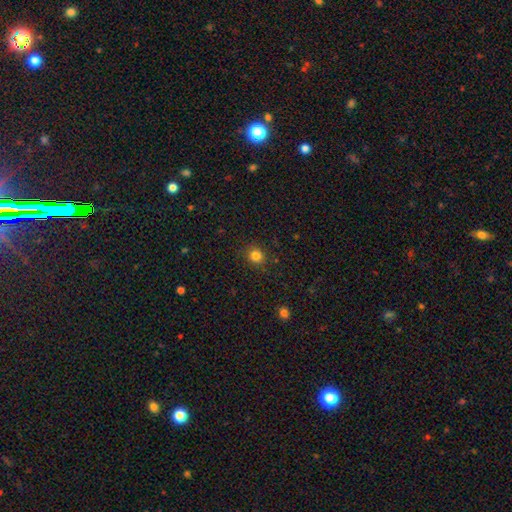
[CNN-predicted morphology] type=smooth (82%); roundness=round (88%); merging=none (88%).